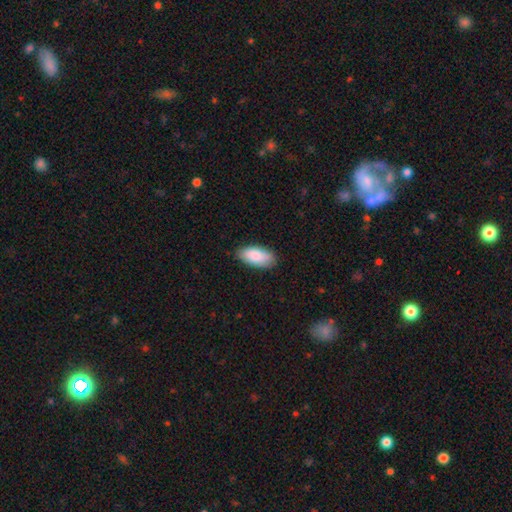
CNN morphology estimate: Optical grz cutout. It shows a smooth galaxy with no disk features (87%) that is in between round and cigar-shaped (92%). Merging: none (85%).